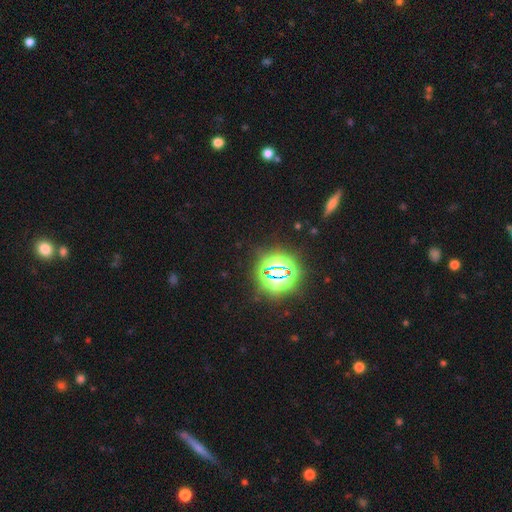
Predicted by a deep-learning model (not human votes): Smooth or featured?
  - star or artifact: 77% *
  - smooth: 16%
  - featured or disk: 6%